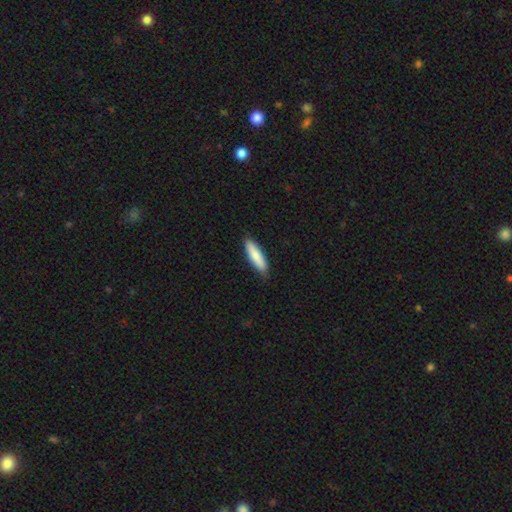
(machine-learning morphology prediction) smooth-or-featured: smooth: 83% | featured or disk: 12% | star or artifact: 5%
  how-rounded: cigar-shaped: 70% | in between: 29% | round: 1%
  merging: none: 86% | minor disturbance: 11% | major disturbance: 2% | merger: 1%